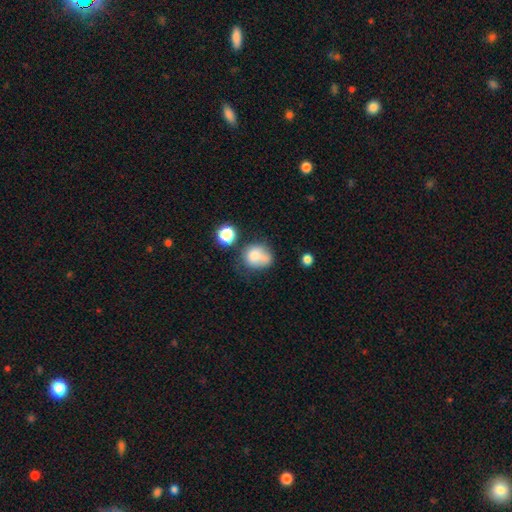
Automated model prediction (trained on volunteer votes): Overall: smooth (73%). How rounded: round (62%; in between 37%). Merging: none (37%; merger 25%).